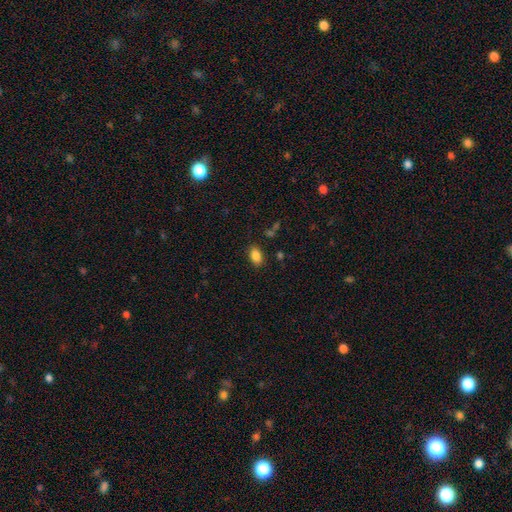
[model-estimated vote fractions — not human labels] Morphology: type=smooth (86%); roundness=in between (89%); merging=none (85%).